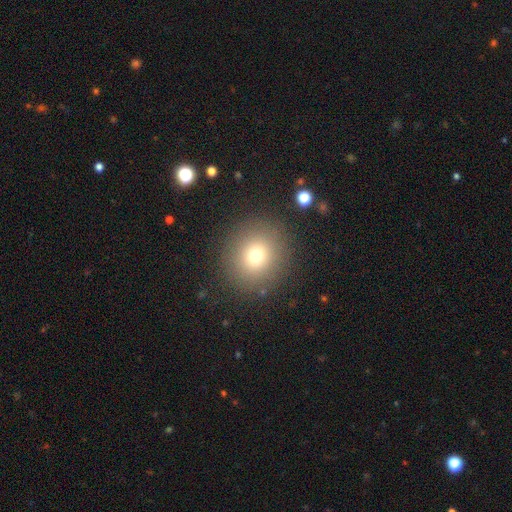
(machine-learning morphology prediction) The model was most divided on "smooth or featured": smooth: 73%, star or artifact: 16%, featured or disk: 11%. More confident: how rounded — round (90%); merging — none (89%).